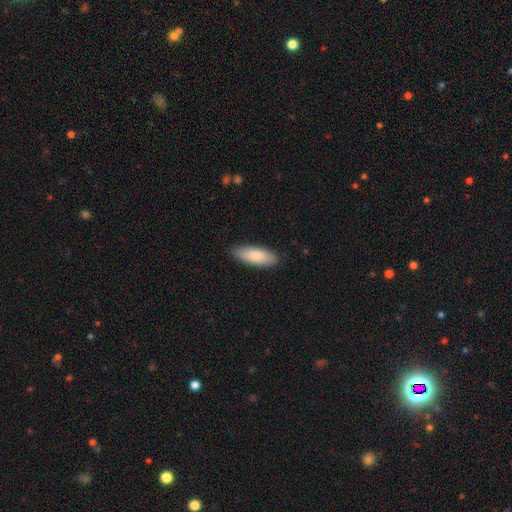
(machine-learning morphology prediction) Overall: smooth (84%). How rounded: in between (67%; cigar-shaped 32%). Merging: none (88%).